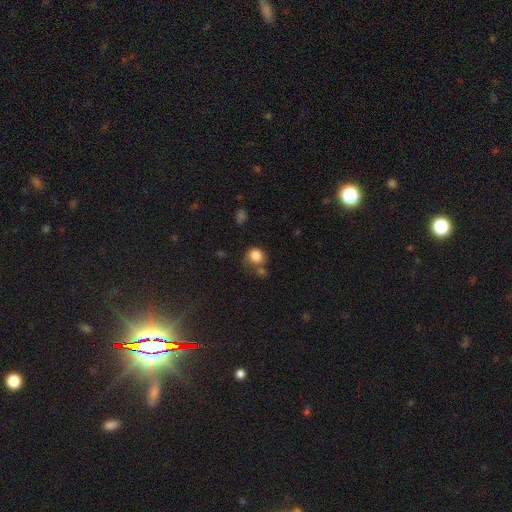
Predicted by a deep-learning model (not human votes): Smooth or featured: smooth — 84% (star or artifact — 10%)
How rounded: round — 82% (in between — 17%)
Merging: none — 55% (minor disturbance — 20%)